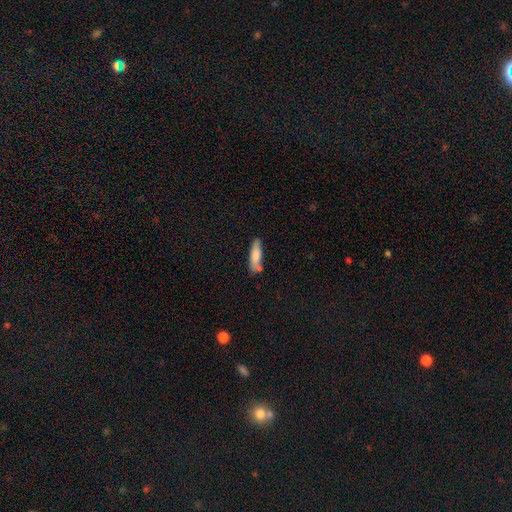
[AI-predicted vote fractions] Overall: smooth (80%). How rounded: cigar-shaped (61%; in between 37%). Merging: none (65%).